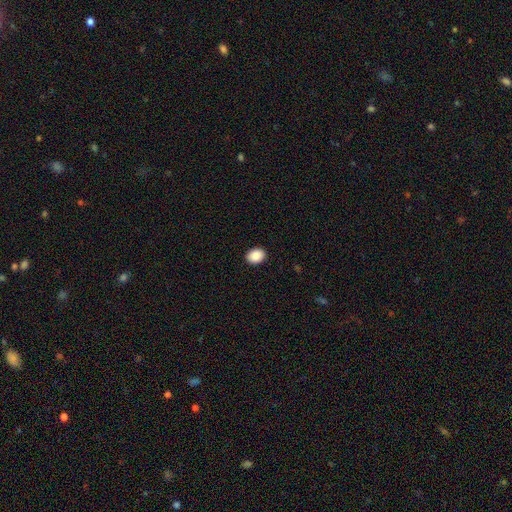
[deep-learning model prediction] Smooth or featured? smooth (90%)
How rounded? in between (64%)
Merging? none (91%)